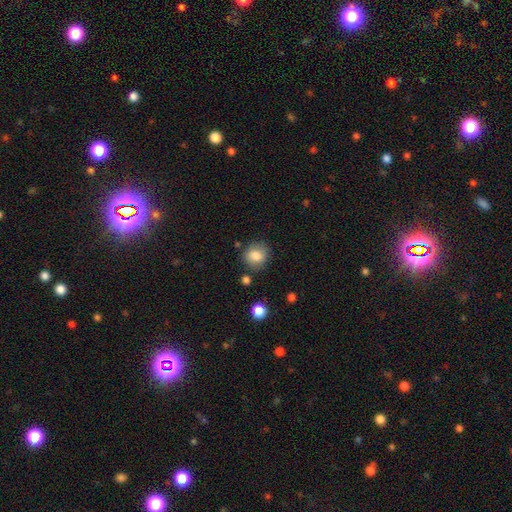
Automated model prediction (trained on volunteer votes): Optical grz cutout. It shows a smooth galaxy with no disk features (81%) that is round (77%). Merging: none (79%).